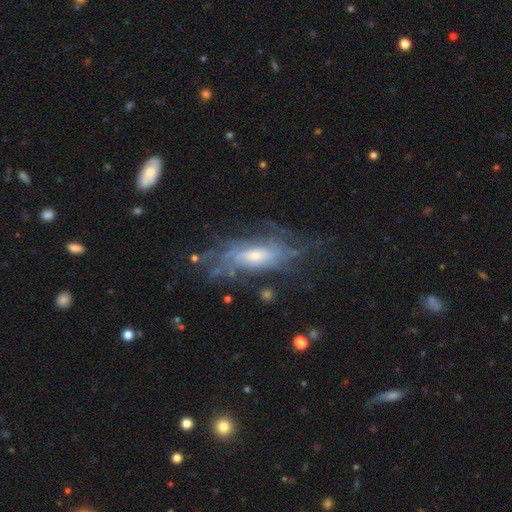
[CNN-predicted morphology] This is likely a featured or disk galaxy (75%). It is clearly not viewed edge-on (84%). Bar: possibly no (58%). Spiral arm pattern: clearly yes (81%). Spiral arm count: likely can't tell (65%). Spiral winding: possibly tight (53%). Central bulge: possibly small (46%). Merging: likely none (63%).